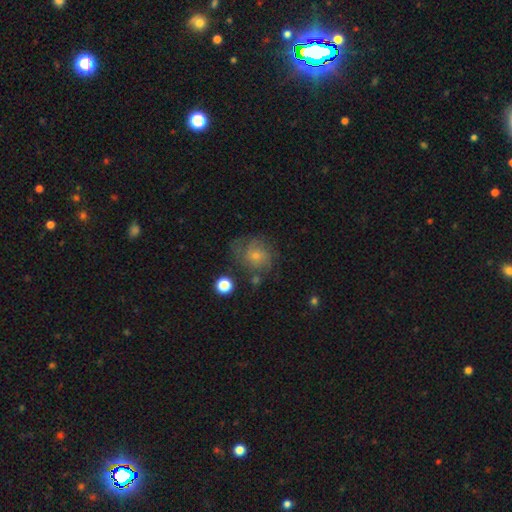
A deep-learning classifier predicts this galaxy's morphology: Smooth or featured? featured or disk (49%)
Merging? none (62%)